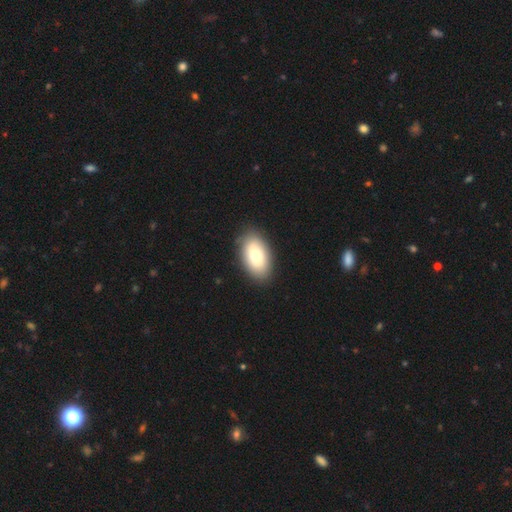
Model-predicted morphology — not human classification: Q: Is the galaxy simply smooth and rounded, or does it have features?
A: smooth — 81%.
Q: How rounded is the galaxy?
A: in between — 94%.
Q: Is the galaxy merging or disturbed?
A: none — 86%.